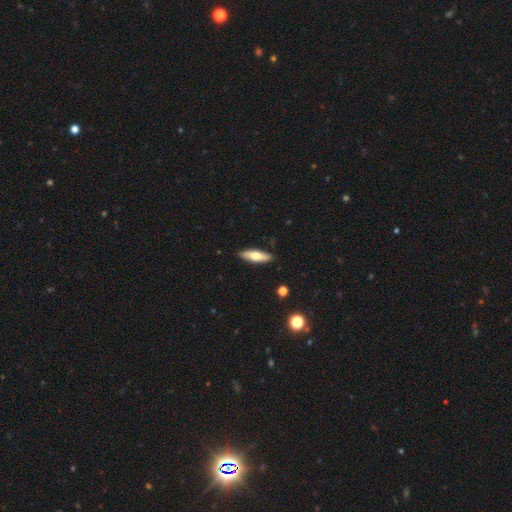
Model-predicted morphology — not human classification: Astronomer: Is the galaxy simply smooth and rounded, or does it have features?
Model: smooth — 64%.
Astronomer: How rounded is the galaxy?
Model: cigar-shaped — 51% (runner-up: in between, 47%).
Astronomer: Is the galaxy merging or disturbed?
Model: none — 89%.